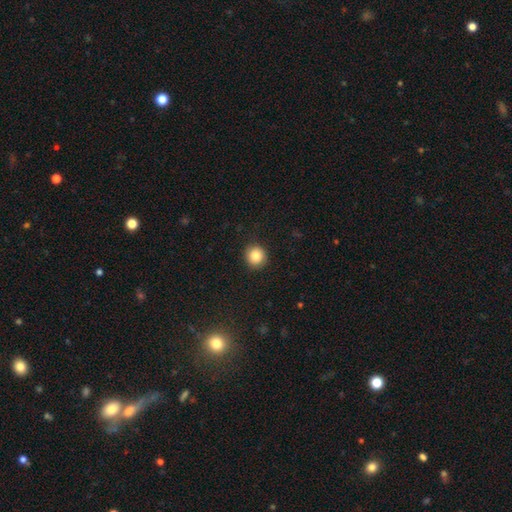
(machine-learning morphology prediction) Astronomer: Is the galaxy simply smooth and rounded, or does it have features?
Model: smooth — 84%.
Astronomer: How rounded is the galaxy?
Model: round — 91%.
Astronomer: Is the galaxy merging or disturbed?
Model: none — 89%.